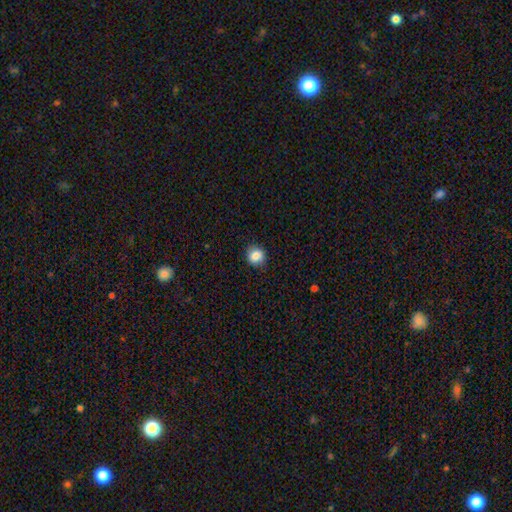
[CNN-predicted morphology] The model was most divided on "how rounded": round: 83%, in between: 16%, cigar-shaped: 1%. More confident: merging — none (86%); smooth or featured — smooth (83%).